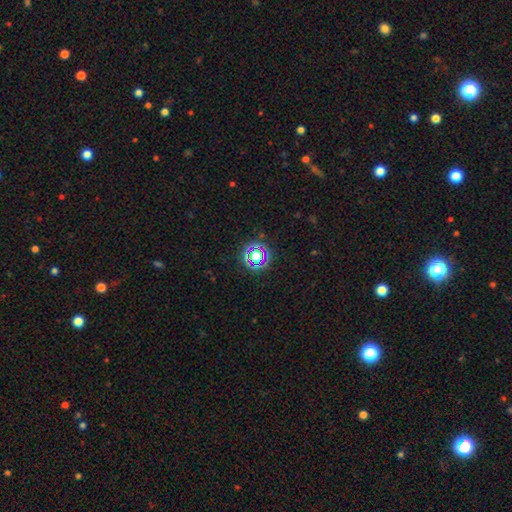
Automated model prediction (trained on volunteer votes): star or artifact 61%, smooth 27%, featured or disk 12%.